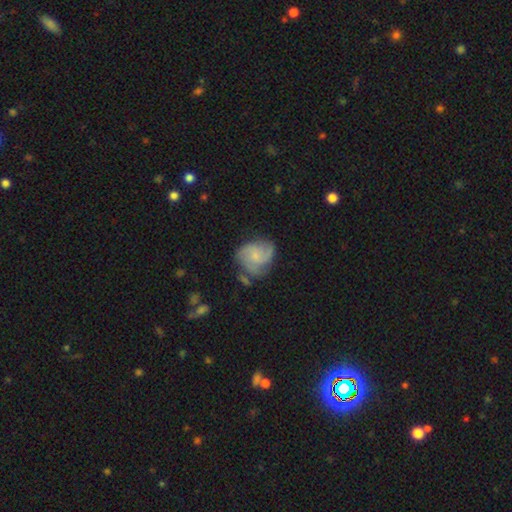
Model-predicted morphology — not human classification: Smooth or featured? featured or disk (71%)
Edge-on disk? no (98%)
Bar? no (71%)
Spiral arms? yes (93%)
Spiral winding? medium (45%)
Spiral arm count? 3 (42%)
Bulge size? small (65%)
Merging? none (57%)